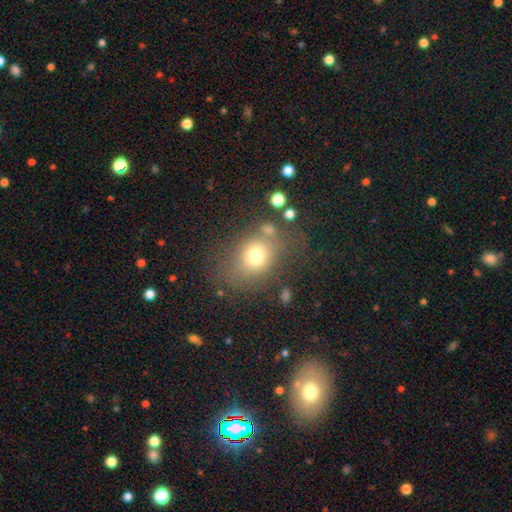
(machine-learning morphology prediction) smooth-or-featured: smooth: 71% | featured or disk: 15% | star or artifact: 14%
  how-rounded: round: 53% | in between: 46% | cigar-shaped: 1%
  merging: none: 61% | minor disturbance: 19% | major disturbance: 13% | merger: 7%